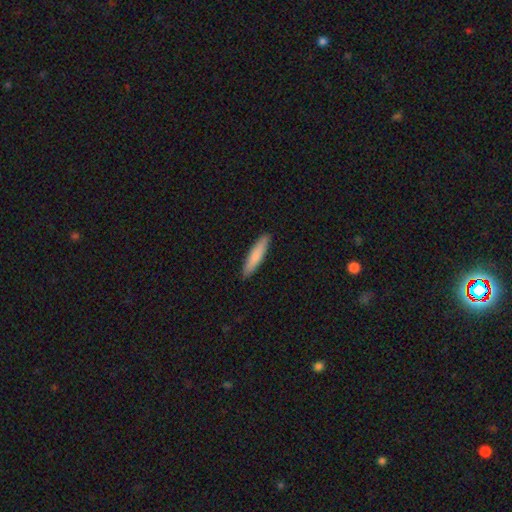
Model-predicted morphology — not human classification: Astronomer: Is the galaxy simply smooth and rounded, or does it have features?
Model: smooth — 81%.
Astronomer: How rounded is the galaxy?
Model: cigar-shaped — 85%.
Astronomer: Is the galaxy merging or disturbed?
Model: none — 90%.